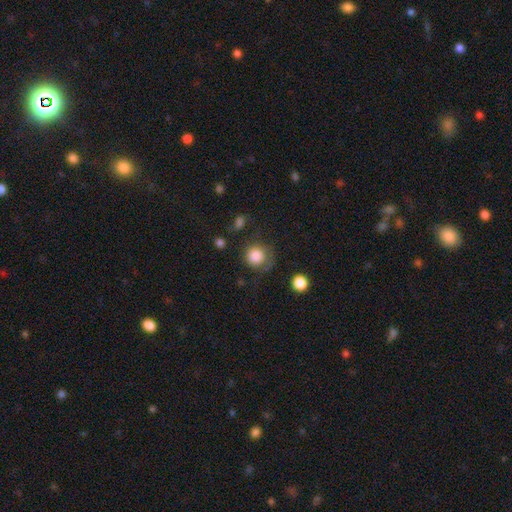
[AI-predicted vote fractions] smooth-or-featured: smooth: 84% | star or artifact: 8% | featured or disk: 8%
  how-rounded: round: 90% | in between: 9% | cigar-shaped: 1%
  merging: none: 61% | minor disturbance: 20% | major disturbance: 15% | merger: 4%